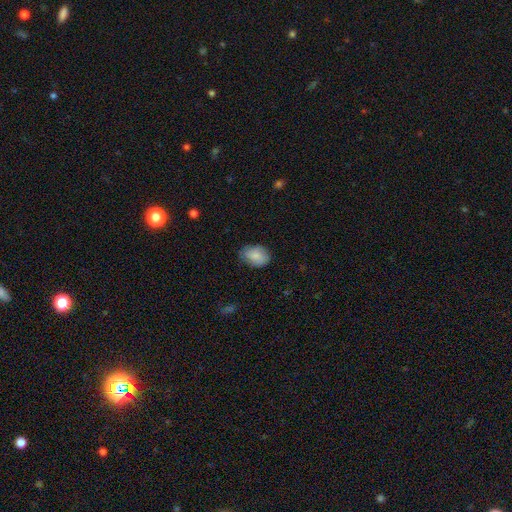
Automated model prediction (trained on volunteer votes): smooth 83%, featured or disk 11%, star or artifact 7%. Down the decision tree: how rounded — in between (78%); merging — none (72%).